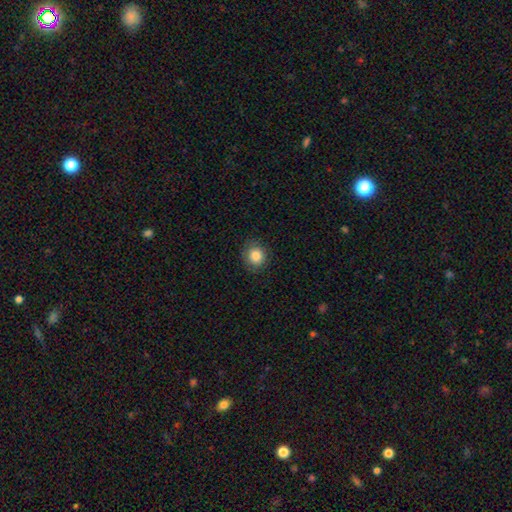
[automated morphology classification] Smooth or featured? smooth (84%)
How rounded? round (81%)
Merging? none (87%)